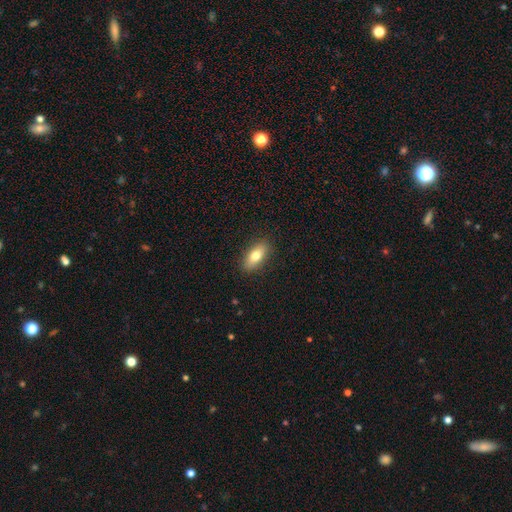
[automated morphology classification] A smooth galaxy with no disk features (74%) that is in between round and cigar-shaped (81%). Merging: none (89%).